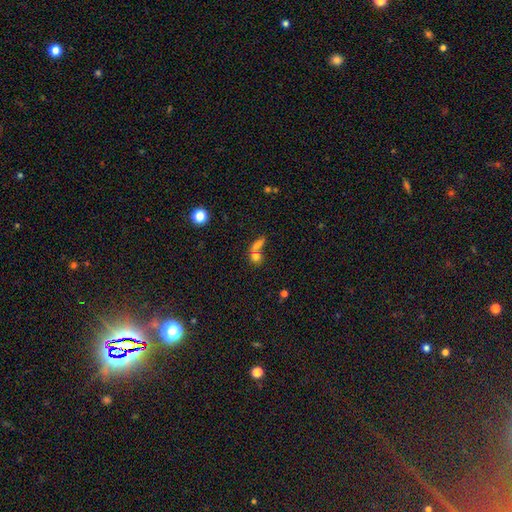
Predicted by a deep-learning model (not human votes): This appears to be a smooth galaxy with no disk features (73%) that is round (60%). Merging: merger (46%).